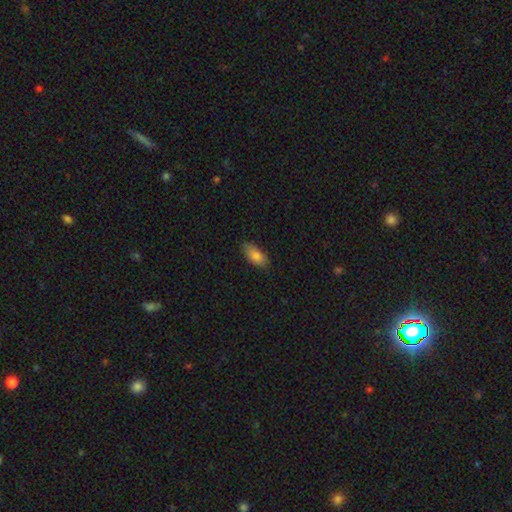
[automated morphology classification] The model was most divided on "merging": none: 80%, minor disturbance: 17%, major disturbance: 3%, merger: 1%. More confident: how rounded — in between (89%); smooth or featured — smooth (83%).